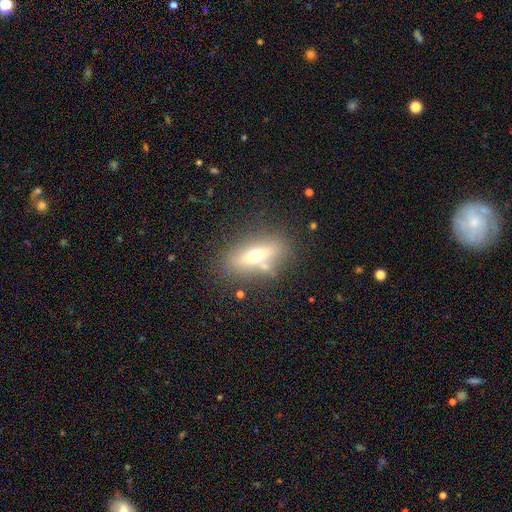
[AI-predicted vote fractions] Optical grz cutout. It shows a smooth galaxy with no disk features (47%). Merging: none (74%).